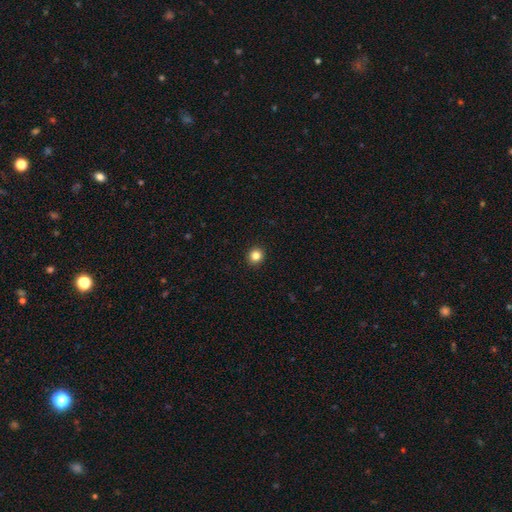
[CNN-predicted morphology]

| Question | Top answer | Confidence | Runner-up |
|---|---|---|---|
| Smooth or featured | smooth | 84% | star or artifact (11%) |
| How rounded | round | 91% | in between (8%) |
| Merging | none | 93% | minor disturbance (4%) |